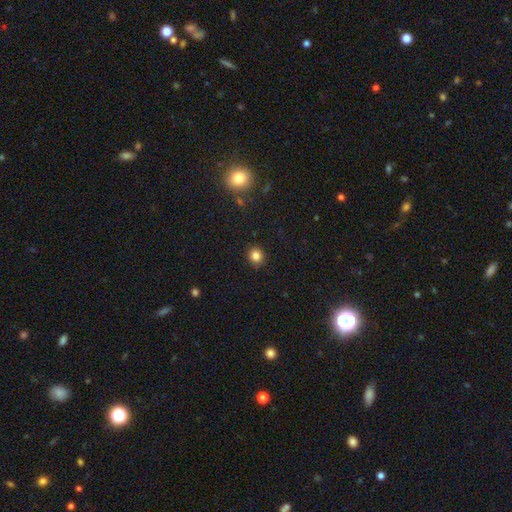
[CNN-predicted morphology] smooth 83%, star or artifact 12%, featured or disk 5%. Down the decision tree: how rounded — round (86%); merging — none (90%).